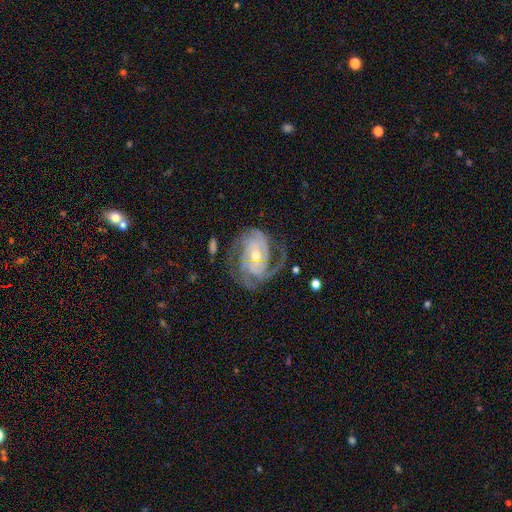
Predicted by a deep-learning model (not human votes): Smooth or featured: featured or disk — 89% (smooth — 6%)
Edge-on disk: no — 97% (yes — 3%)
Bar: no — 55% (weak — 31%)
Spiral arms: yes — 97% (no — 3%)
Spiral winding: tight — 52% (medium — 37%)
Spiral arm count: 2 — 32% (3 — 30%)
Bulge size: moderate — 50% (small — 45%)
Merging: none — 62% (minor disturbance — 19%)